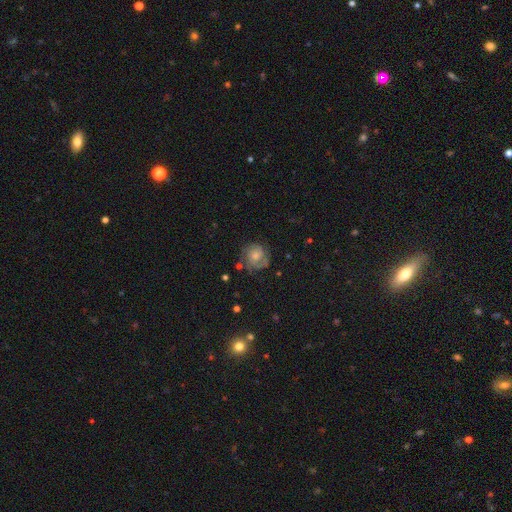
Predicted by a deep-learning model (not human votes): Overall: featured or disk (68%). Edge-on disk: no (98%). Bar: no (76%). Spiral arms: yes (91%). Spiral arm count: 2 (48%; can't tell 23%). Spiral winding: tight (57%; medium 33%). Bulge size: small (45%; moderate 43%). Merging: none (69%).